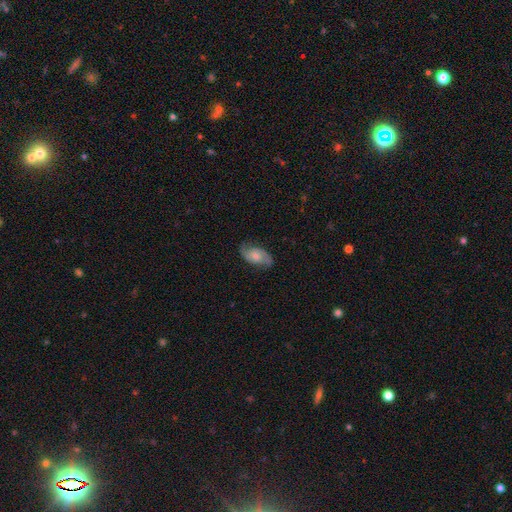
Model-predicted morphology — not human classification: A featured or disk galaxy (72%) with no bar (65%), 2 (90%) medium (46%) spiral arms (94%) and a moderate central bulge (44%). Merging: none (77%).